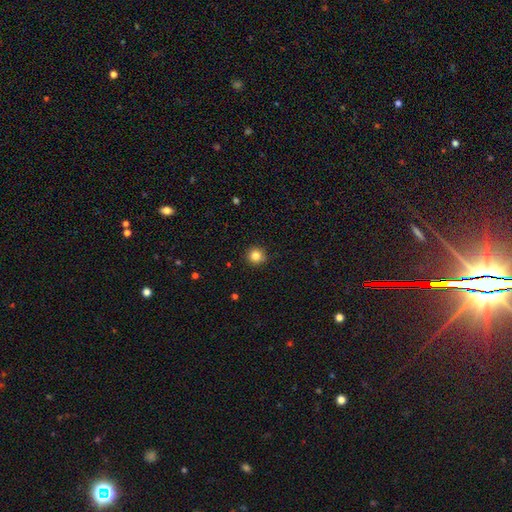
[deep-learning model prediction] smooth-or-featured: smooth: 83% | star or artifact: 11% | featured or disk: 5%
  how-rounded: round: 94% | in between: 5% | cigar-shaped: 1%
  merging: none: 91% | minor disturbance: 7% | major disturbance: 2% | merger: 1%